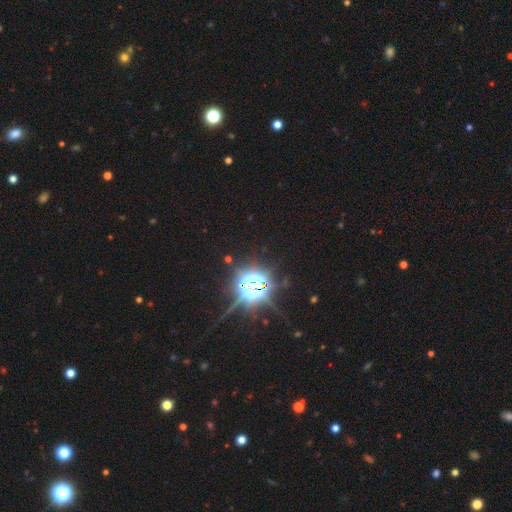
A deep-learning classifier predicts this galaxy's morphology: The model was most divided on "smooth or featured": star or artifact: 86%, smooth: 9%, featured or disk: 5%.